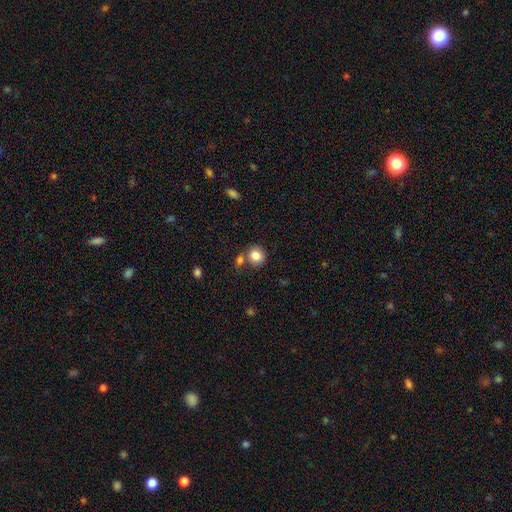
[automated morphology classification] A smooth galaxy with no disk features (84%) that is round (79%).

Vote fractions:
- Smooth or featured? smooth: 84% / star or artifact: 9% / featured or disk: 7%
- How rounded? round: 79% / in between: 20% / cigar-shaped: 1%
- Merging? none: 66% / merger: 20% / minor disturbance: 11% / major disturbance: 4%